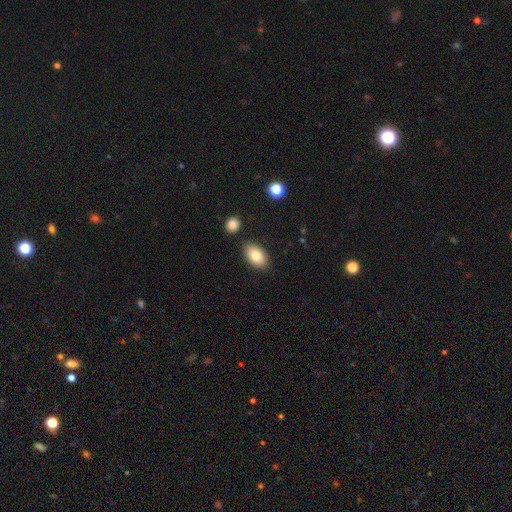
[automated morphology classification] Smooth or featured?
  - smooth: 82% *
  - featured or disk: 11%
  - star or artifact: 7%
How rounded?
  - in between: 93% *
  - round: 5%
  - cigar-shaped: 2%
Merging?
  - none: 86% *
  - minor disturbance: 9%
  - merger: 3%
  - major disturbance: 2%